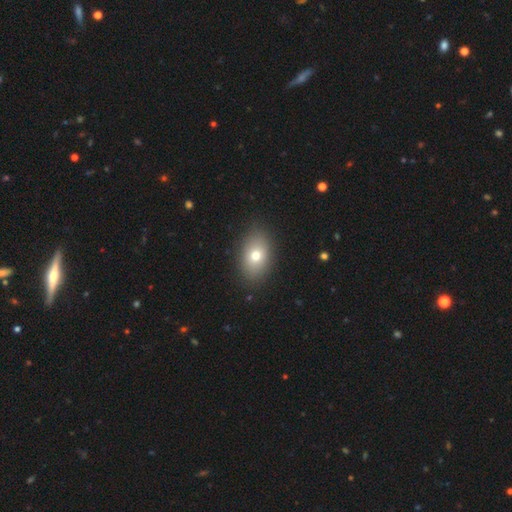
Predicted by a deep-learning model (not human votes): Overall: smooth (74%). How rounded: in between (83%). Merging: none (86%).